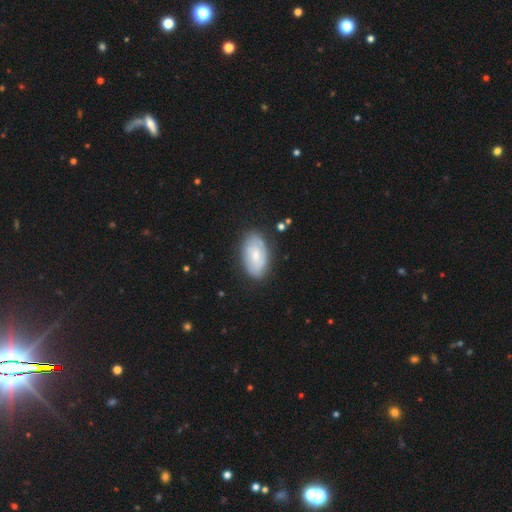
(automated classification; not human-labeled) Smooth or featured?
  - smooth: 49% *
  - featured or disk: 45%
  - star or artifact: 6%
Merging?
  - none: 78% *
  - minor disturbance: 16%
  - major disturbance: 4%
  - merger: 2%